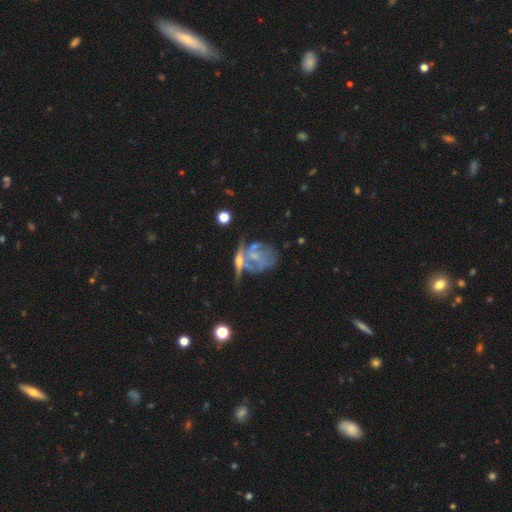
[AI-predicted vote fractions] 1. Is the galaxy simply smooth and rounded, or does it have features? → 64% featured or disk, 26% smooth, 10% star or artifact.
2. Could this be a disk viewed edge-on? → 88% no, 12% yes.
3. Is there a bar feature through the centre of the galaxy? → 75% no, 19% weak, 6% strong.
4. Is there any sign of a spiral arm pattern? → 54% no, 46% yes.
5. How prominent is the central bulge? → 42% small, 30% none, 23% moderate, 4% large, 2% dominant.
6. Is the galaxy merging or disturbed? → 38% merger, 28% none, 18% major disturbance, 16% minor disturbance.